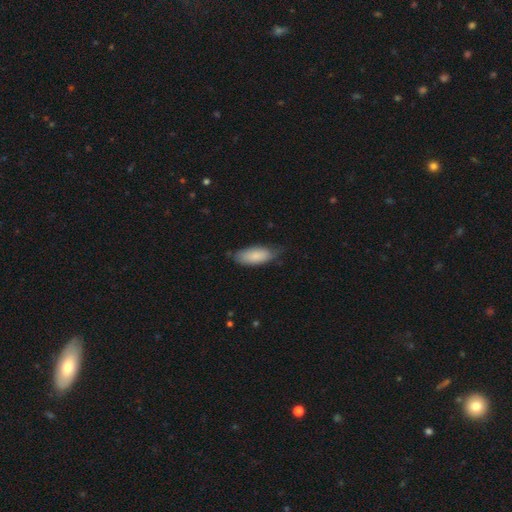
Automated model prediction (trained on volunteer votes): Smooth or featured? smooth (84%)
How rounded? in between (78%)
Merging? none (65%)